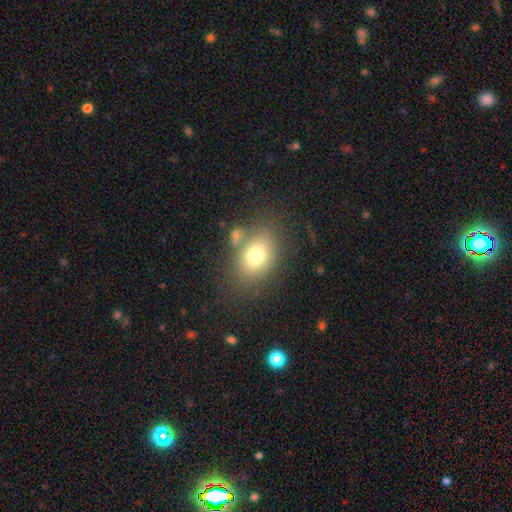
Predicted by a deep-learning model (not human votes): A smooth galaxy with no disk features (73%) that is in between round and cigar-shaped (69%).

Vote fractions:
- Smooth or featured? smooth: 73% / featured or disk: 15% / star or artifact: 12%
- How rounded? in between: 69% / round: 30% / cigar-shaped: 1%
- Merging? none: 68% / minor disturbance: 14% / merger: 11% / major disturbance: 7%